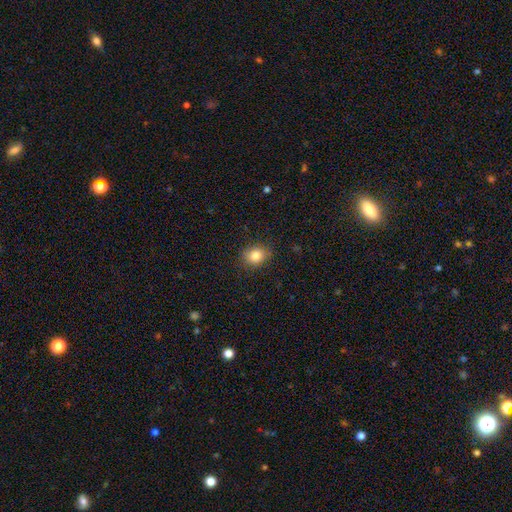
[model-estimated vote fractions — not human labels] Overall: smooth (84%). How rounded: round (58%; in between 41%). Merging: none (86%).